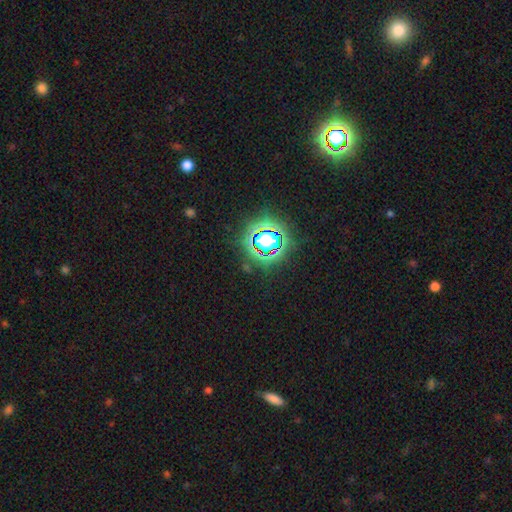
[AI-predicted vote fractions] A star or artifact, not a galaxy (80%).

Vote fractions:
- Smooth or featured? star or artifact: 80% / smooth: 12% / featured or disk: 7%